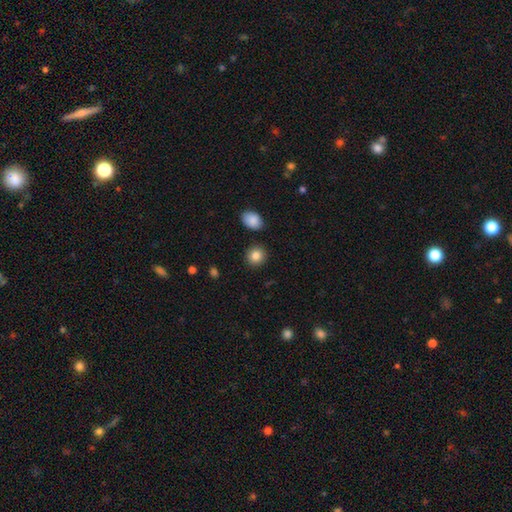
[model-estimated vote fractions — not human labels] The model was most divided on "how rounded": round: 86%, in between: 13%, cigar-shaped: 1%. More confident: merging — none (89%); smooth or featured — smooth (86%).